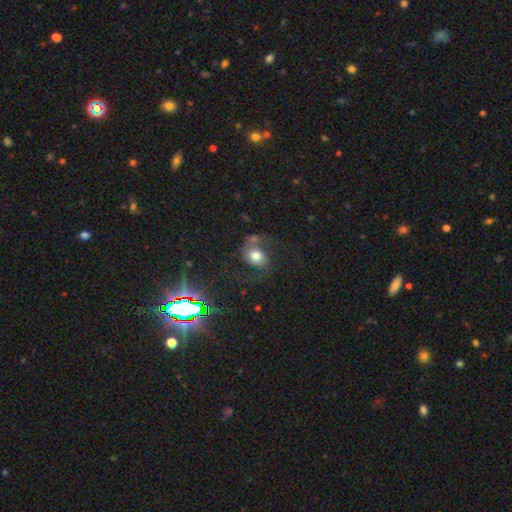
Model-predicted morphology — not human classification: Smooth or featured?
  - smooth: 50% *
  - featured or disk: 37%
  - star or artifact: 13%
How rounded?
  - in between: 53% *
  - round: 46%
  - cigar-shaped: 1%
Merging?
  - none: 50% *
  - major disturbance: 21%
  - minor disturbance: 19%
  - merger: 10%